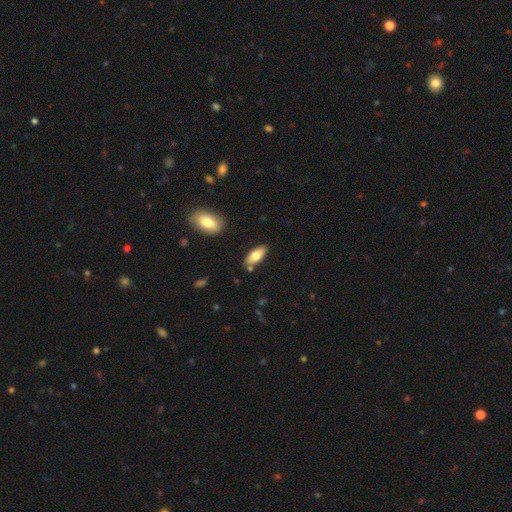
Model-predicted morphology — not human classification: type=smooth (75%); roundness=in between (84%); merging=none (80%).